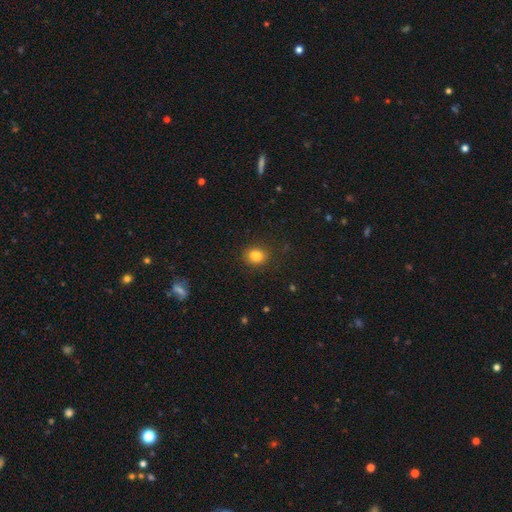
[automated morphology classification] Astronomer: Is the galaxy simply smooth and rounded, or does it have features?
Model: smooth — 84%.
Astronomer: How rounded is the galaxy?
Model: round — 50% (runner-up: in between, 48%).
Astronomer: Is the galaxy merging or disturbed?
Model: none — 82%.